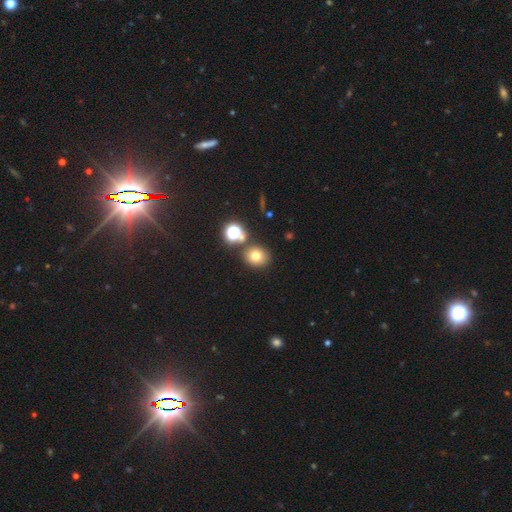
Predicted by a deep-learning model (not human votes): Smooth or featured? smooth (70%)
How rounded? round (72%)
Merging? none (77%)